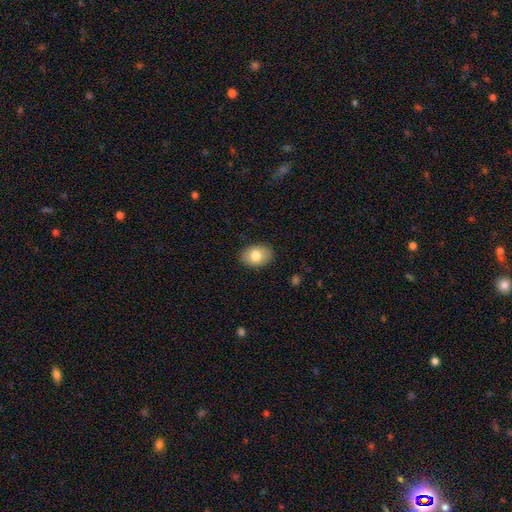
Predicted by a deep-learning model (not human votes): Smooth or featured?
  - smooth: 79% *
  - featured or disk: 13%
  - star or artifact: 8%
How rounded?
  - in between: 79% *
  - round: 20%
  - cigar-shaped: 1%
Merging?
  - none: 88% *
  - minor disturbance: 9%
  - major disturbance: 2%
  - merger: 1%